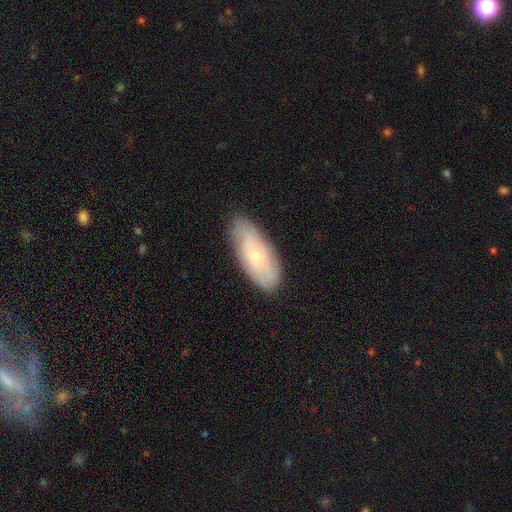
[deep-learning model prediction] A smooth galaxy with no disk features (47%).

Vote fractions:
- Smooth or featured? smooth: 47% / featured or disk: 46% / star or artifact: 7%
- Merging? none: 79% / minor disturbance: 17% / major disturbance: 3% / merger: 1%